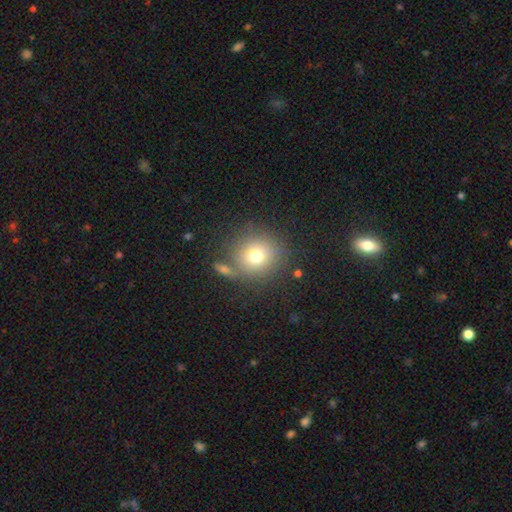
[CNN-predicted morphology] smooth_or_featured: smooth (p=0.73) [alt: star or artifact p=0.14]
how_rounded: round (p=0.90) [alt: in between p=0.09]
merging: none (p=0.74) [alt: minor disturbance p=0.11]